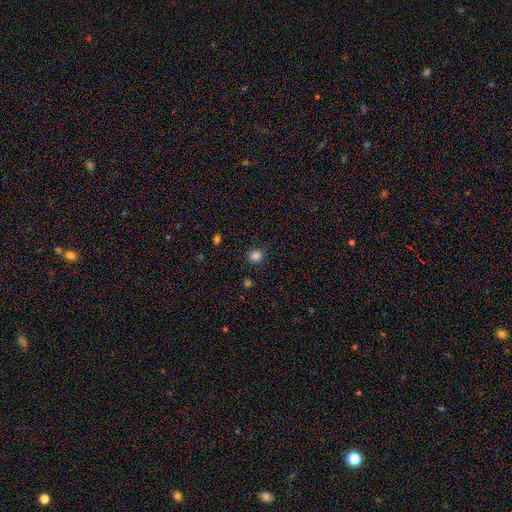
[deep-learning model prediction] Smooth or featured? smooth (83%)
How rounded? round (88%)
Merging? none (87%)